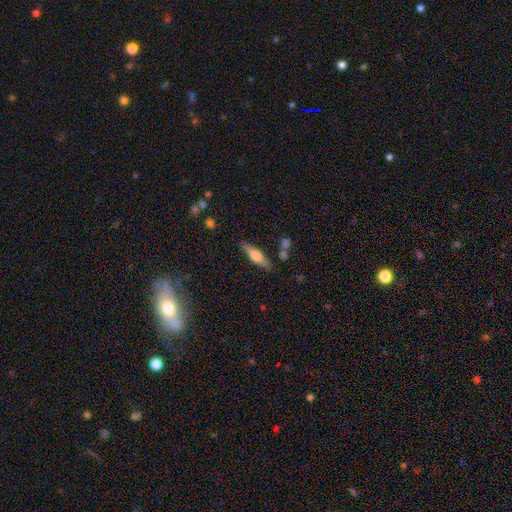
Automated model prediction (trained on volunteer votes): Smooth or featured? Predicted: featured or disk (p=0.52). Edge-on disk? Predicted: yes (p=0.94). Merging? Predicted: none (p=0.82).